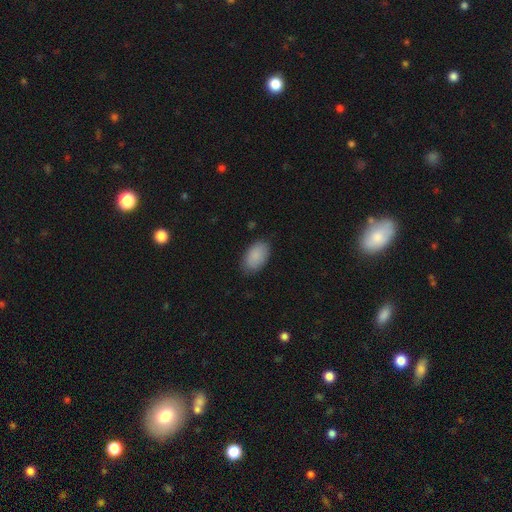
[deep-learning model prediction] smooth-or-featured: smooth: 89% | star or artifact: 6% | featured or disk: 5%
  how-rounded: in between: 94% | round: 5% | cigar-shaped: 1%
  merging: none: 82% | minor disturbance: 14% | major disturbance: 3% | merger: 1%